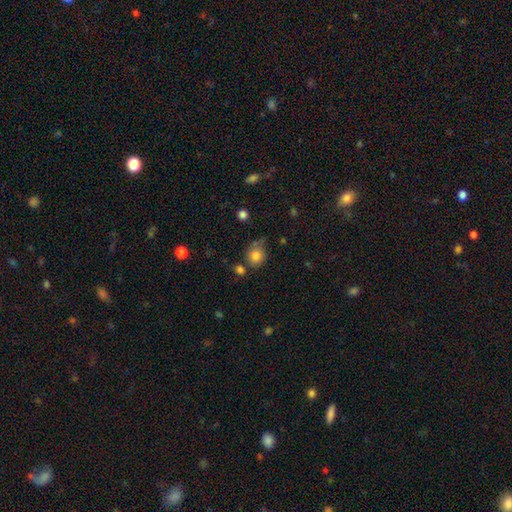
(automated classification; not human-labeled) Q: Smooth or featured?
A: smooth (82%); runner-up: star or artifact (11%)
Q: How rounded?
A: round (77%); runner-up: in between (22%)
Q: Merging?
A: none (58%); runner-up: minor disturbance (22%)